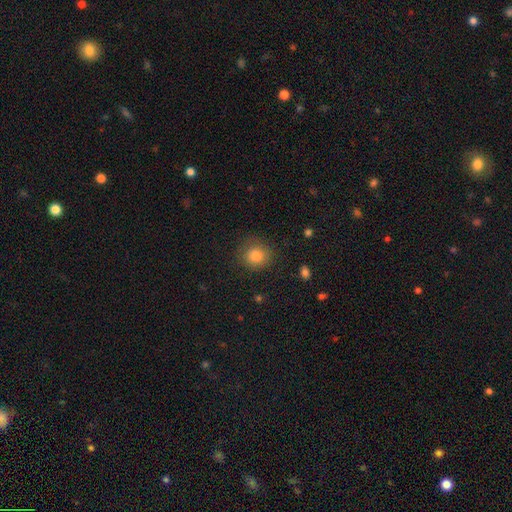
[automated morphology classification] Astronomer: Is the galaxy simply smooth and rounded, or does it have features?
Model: smooth — 83%.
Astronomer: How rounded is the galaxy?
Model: round — 86%.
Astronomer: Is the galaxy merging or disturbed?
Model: none — 83%.